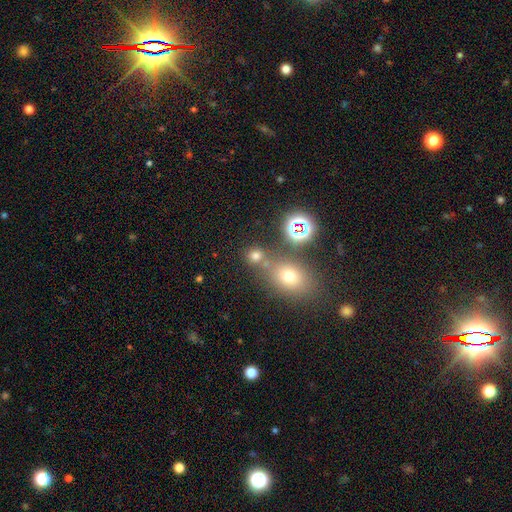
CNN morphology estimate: This is likely a smooth galaxy (67%). How rounded: likely round (78%). Merging: likely none (67%).